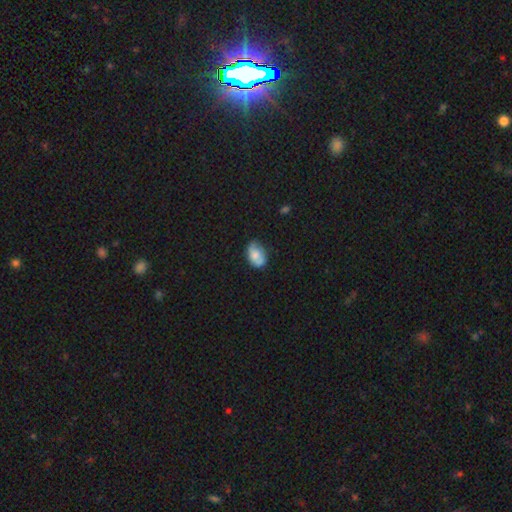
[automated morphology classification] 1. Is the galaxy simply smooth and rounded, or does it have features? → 70% smooth, 22% featured or disk, 8% star or artifact.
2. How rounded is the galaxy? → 85% in between, 14% round, 1% cigar-shaped.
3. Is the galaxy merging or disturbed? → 61% none, 29% minor disturbance, 6% major disturbance, 4% merger.